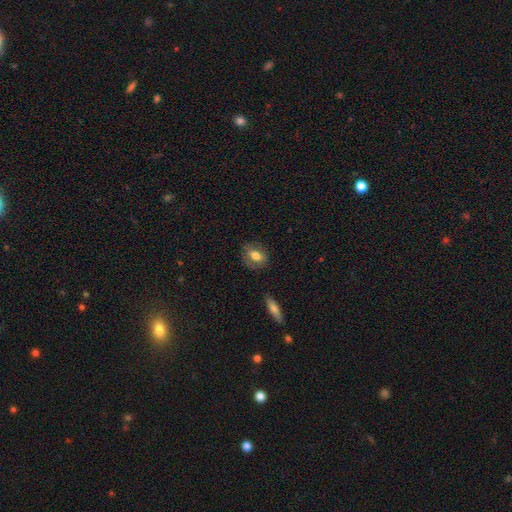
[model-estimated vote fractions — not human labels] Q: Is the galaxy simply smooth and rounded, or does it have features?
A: smooth — 66%.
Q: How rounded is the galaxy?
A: in between — 55%.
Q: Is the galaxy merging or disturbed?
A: none — 79%.